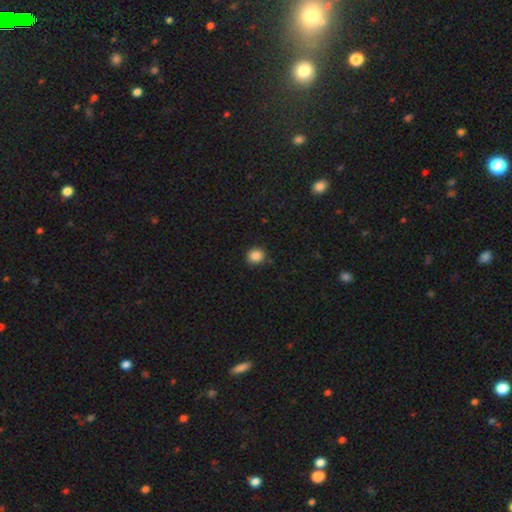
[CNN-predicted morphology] smooth 86%, star or artifact 10%, featured or disk 3%. Down the decision tree: how rounded — round (80%); merging — none (88%).